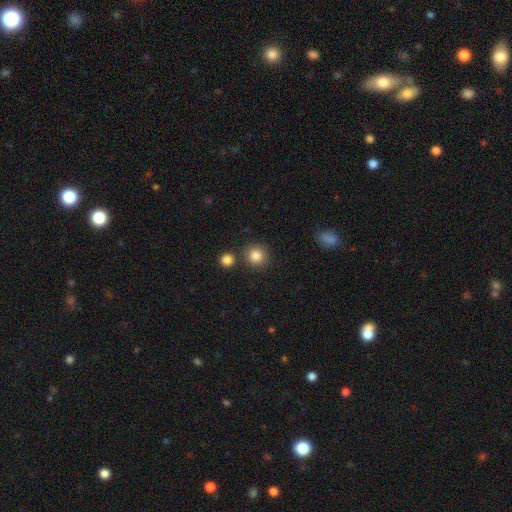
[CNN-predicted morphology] smooth 85%, star or artifact 10%, featured or disk 5%. Down the decision tree: how rounded — round (90%); merging — none (82%).